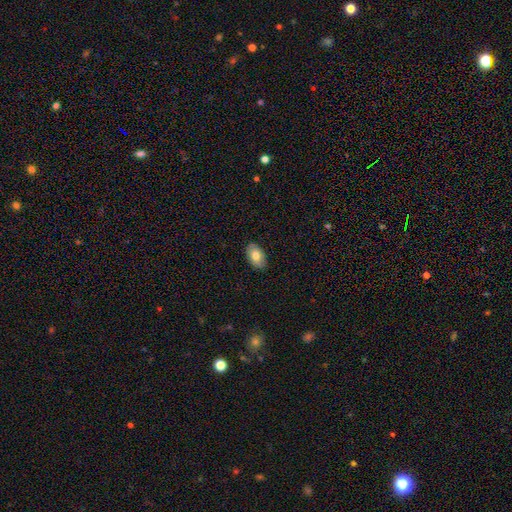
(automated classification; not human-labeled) Overall: smooth (76%). How rounded: in between (92%). Merging: none (88%).